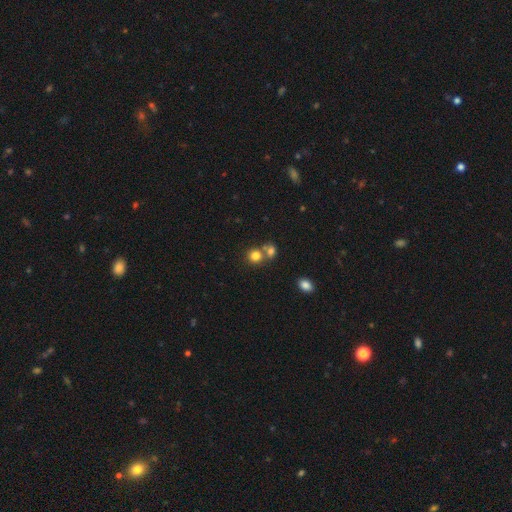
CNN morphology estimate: Smooth or featured? smooth (80%)
How rounded? round (84%)
Merging? none (50%)